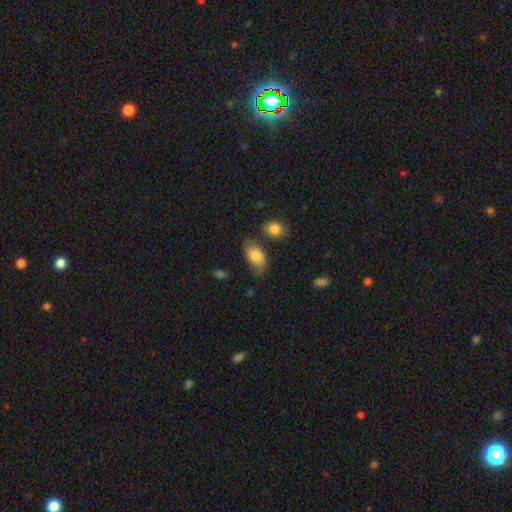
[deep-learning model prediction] This appears to be a smooth galaxy with no disk features (78%) that is in between round and cigar-shaped (93%). Merging: none (66%).